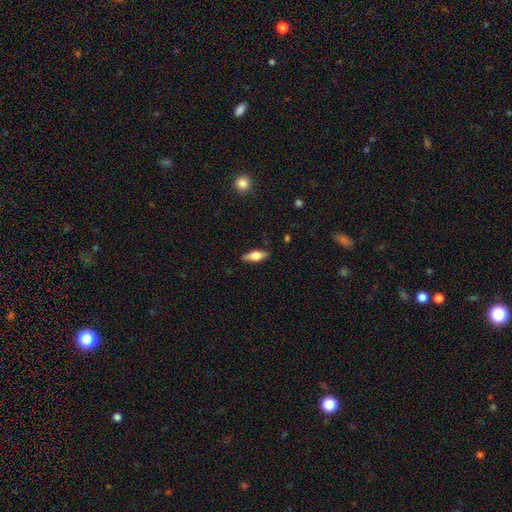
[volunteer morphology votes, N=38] Volunteers were most divided on "smooth or featured": featured or disk: 50%, smooth: 47%, star or artifact: 3%. More confident: edge-on disk — yes (100%); edge-on bulge — rounded (100%); merging — none (81%).